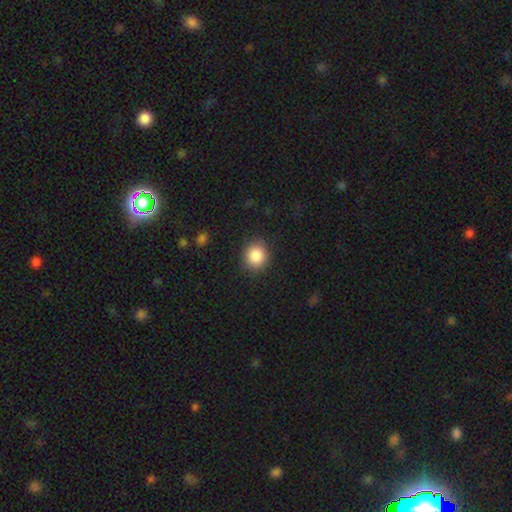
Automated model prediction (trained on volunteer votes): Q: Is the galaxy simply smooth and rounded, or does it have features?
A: smooth — 87%.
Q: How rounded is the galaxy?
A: round — 84%.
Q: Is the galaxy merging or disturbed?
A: none — 88%.